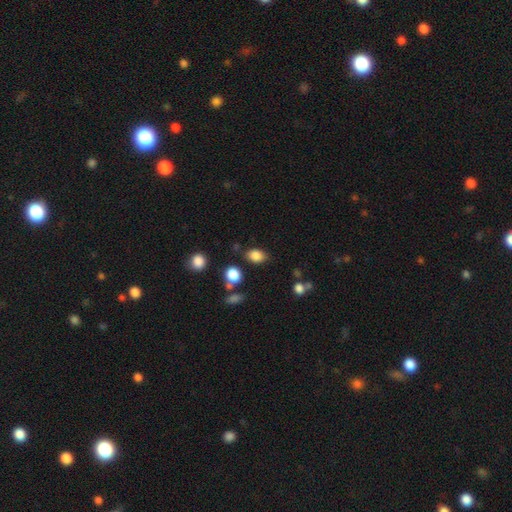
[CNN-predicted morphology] type=smooth (84%); roundness=in between (74%); merging=none (76%).